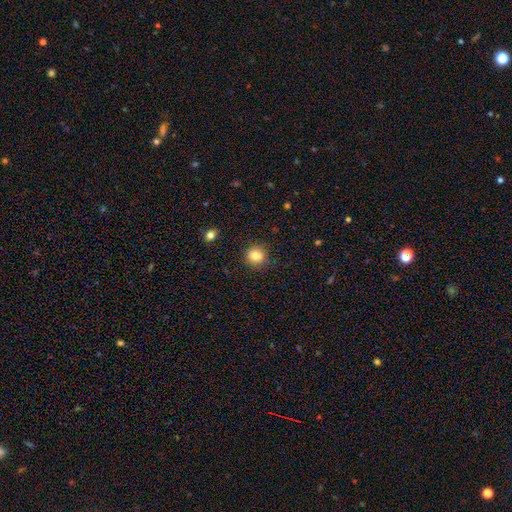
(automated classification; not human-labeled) Smooth or featured? Predicted: smooth (p=0.83). How rounded? Predicted: round (p=0.90). Merging? Predicted: none (p=0.88).